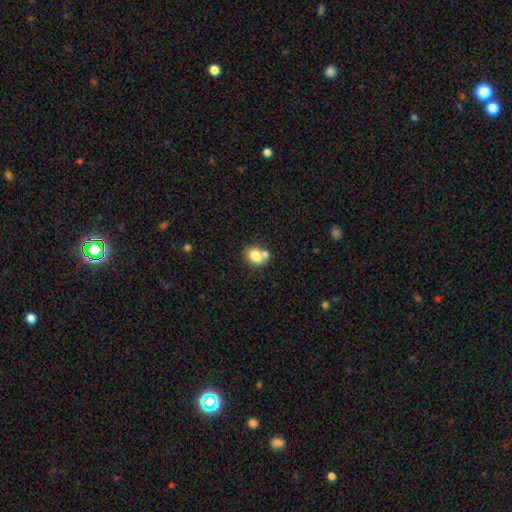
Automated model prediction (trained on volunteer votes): This is clearly a smooth galaxy (81%). How rounded: possibly in between (52%). Merging: possibly none (47%).